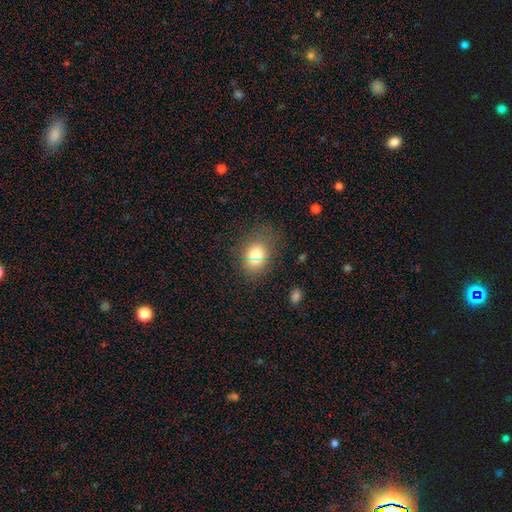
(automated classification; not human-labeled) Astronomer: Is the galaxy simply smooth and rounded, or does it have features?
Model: smooth — 76%.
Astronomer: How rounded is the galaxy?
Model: in between — 58% (runner-up: round, 41%).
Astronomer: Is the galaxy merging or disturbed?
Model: none — 69%.